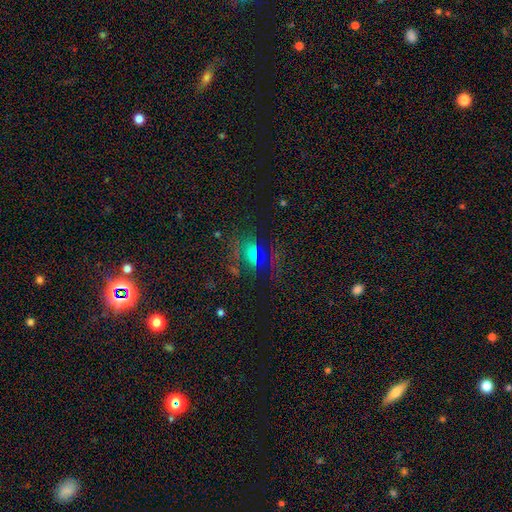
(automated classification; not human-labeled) smooth_or_featured: smooth (p=0.43) [alt: star or artifact p=0.40]
merging: none (p=0.69) [alt: minor disturbance p=0.15]